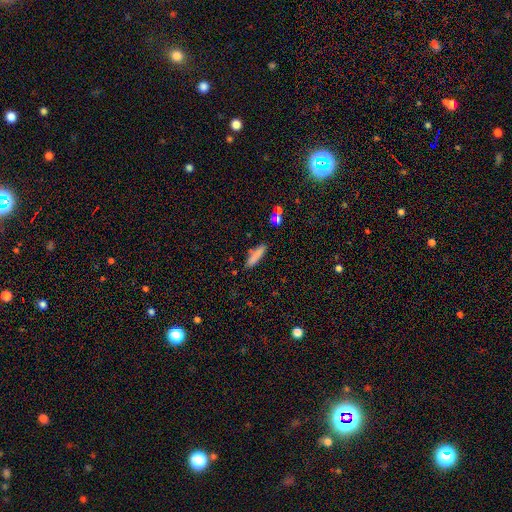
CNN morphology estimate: Q: Smooth or featured?
A: smooth (82%); runner-up: featured or disk (9%)
Q: How rounded?
A: cigar-shaped (79%); runner-up: in between (20%)
Q: Merging?
A: none (83%); runner-up: minor disturbance (11%)